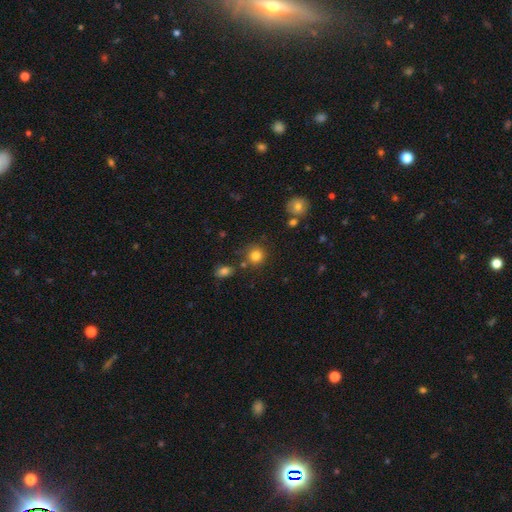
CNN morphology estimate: Smooth or featured? smooth (82%)
How rounded? round (88%)
Merging? none (74%)